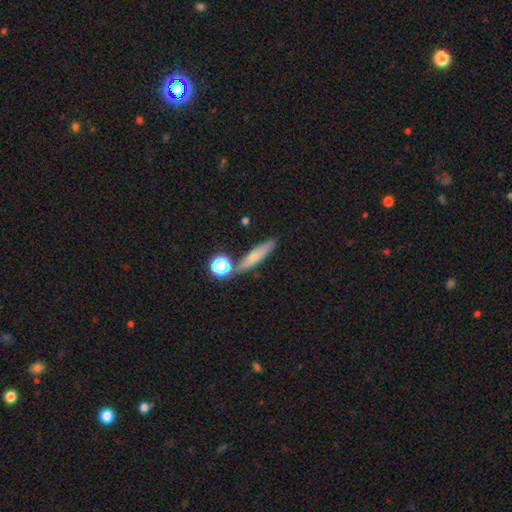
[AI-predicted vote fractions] This appears to be a smooth galaxy with no disk features (61%) that is cigar-shaped (76%). Merging: none (74%).